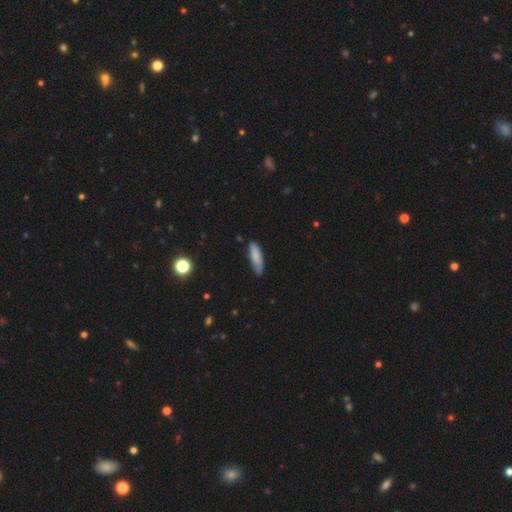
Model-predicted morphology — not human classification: smooth 78%, featured or disk 15%, star or artifact 6%. Down the decision tree: how rounded — cigar-shaped (55%); merging — none (72%).